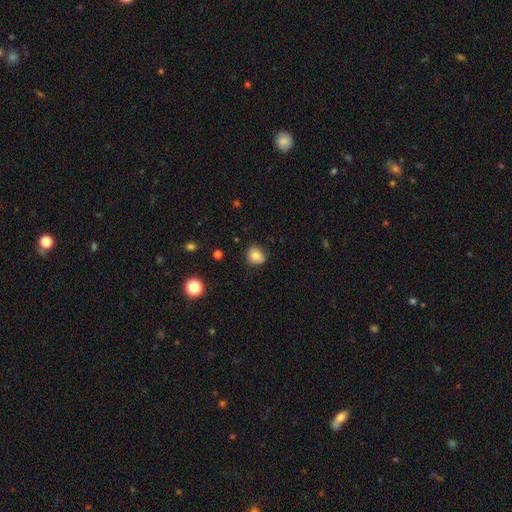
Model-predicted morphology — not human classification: Smooth or featured? Predicted: smooth (p=0.82). How rounded? Predicted: round (p=0.72). Merging? Predicted: none (p=0.73).